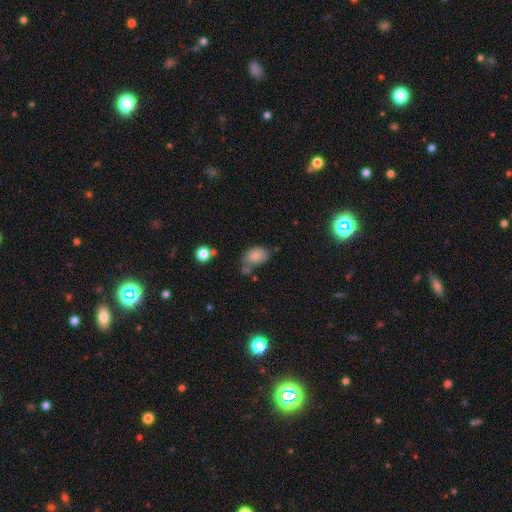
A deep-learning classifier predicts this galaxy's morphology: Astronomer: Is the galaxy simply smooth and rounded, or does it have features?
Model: smooth — 82%.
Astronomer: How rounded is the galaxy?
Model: in between — 82%.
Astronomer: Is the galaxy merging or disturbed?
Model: none — 53%.